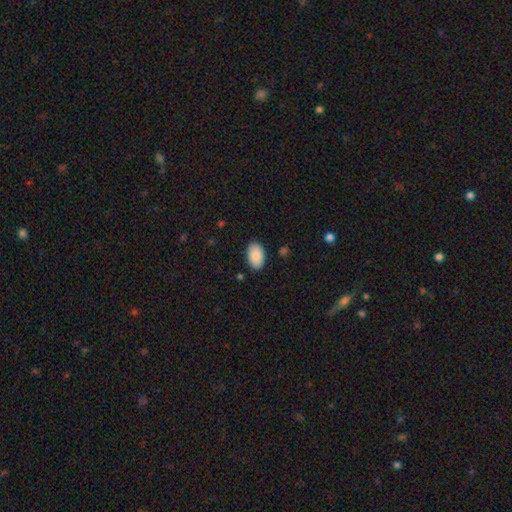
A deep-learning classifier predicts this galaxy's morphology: This is clearly a smooth galaxy (88%). How rounded: clearly in between (94%). Merging: clearly none (87%).